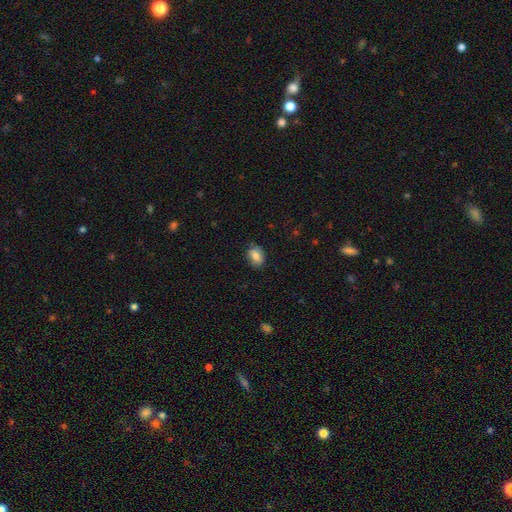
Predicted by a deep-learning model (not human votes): This appears to be a smooth galaxy with no disk features (79%) that is in between round and cigar-shaped (75%). Merging: none (80%).